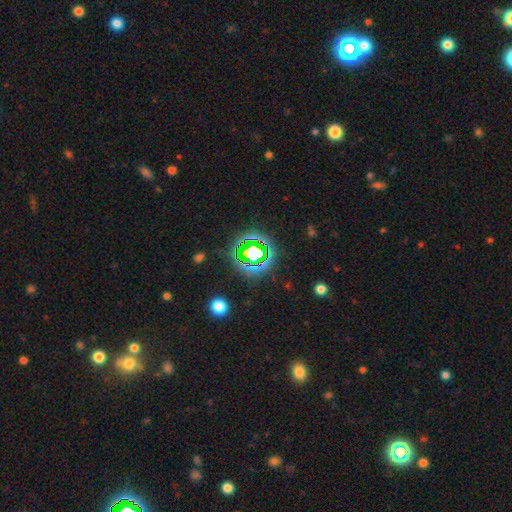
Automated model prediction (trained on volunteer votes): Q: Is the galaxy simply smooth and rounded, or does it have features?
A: star or artifact — 69%.